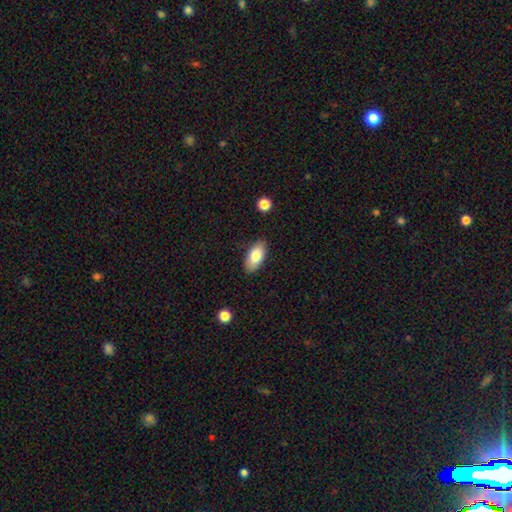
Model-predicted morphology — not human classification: type=smooth (79%); roundness=in between (90%); merging=none (86%).